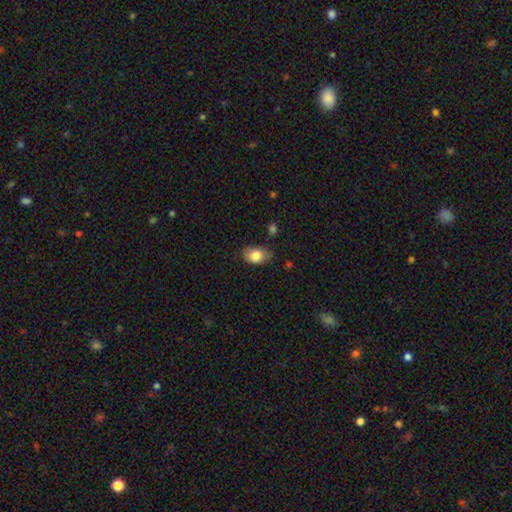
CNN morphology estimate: Smooth or featured?
  - smooth: 82% *
  - featured or disk: 10%
  - star or artifact: 7%
How rounded?
  - in between: 83% *
  - round: 16%
  - cigar-shaped: 1%
Merging?
  - none: 70% *
  - minor disturbance: 23%
  - major disturbance: 5%
  - merger: 2%